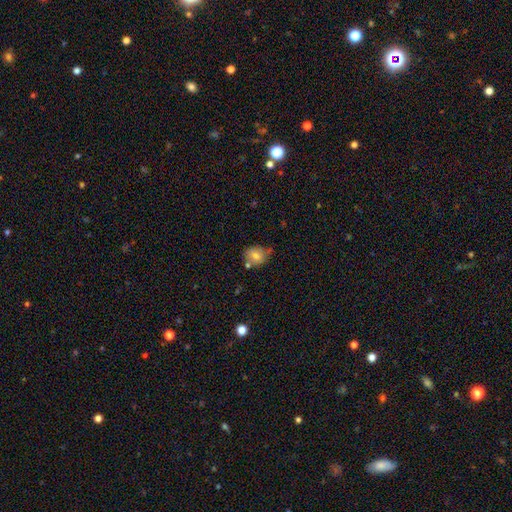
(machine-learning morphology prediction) Smooth or featured?
  - smooth: 74% *
  - featured or disk: 16%
  - star or artifact: 10%
How rounded?
  - round: 54% *
  - in between: 45%
  - cigar-shaped: 1%
Merging?
  - none: 61% *
  - minor disturbance: 22%
  - merger: 12%
  - major disturbance: 5%